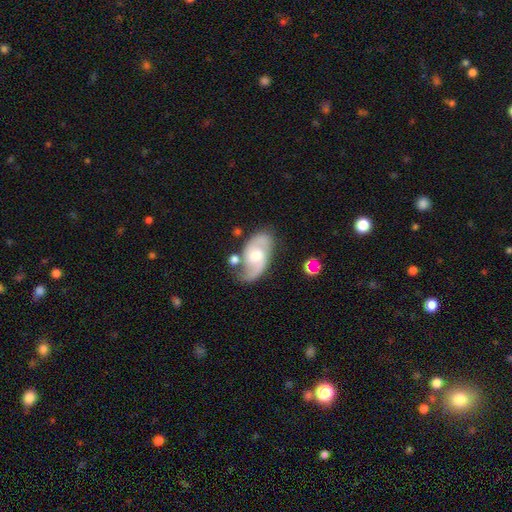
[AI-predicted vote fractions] A featured or disk galaxy (81%) with no bar (59%), 2 (88%) medium (49%) spiral arms (94%) and a moderate central bulge (63%).

Vote fractions:
- Smooth or featured? featured or disk: 81% / smooth: 13% / star or artifact: 6%
- Edge-on disk? no: 96% / yes: 4%
- Bar? no: 59% / weak: 34% / strong: 7%
- Spiral arms? yes: 94% / no: 6%
- Spiral winding? medium: 49% / loose: 29% / tight: 22%
- Spiral arm count? 2: 88% / can't tell: 6% / 1: 3% / 3: 1% / 4: 1% / more than 4: 1%
- Bulge size? moderate: 63% / small: 28% / large: 7% / none: 2% / dominant: 1%
- Merging? none: 66% / minor disturbance: 19% / merger: 8% / major disturbance: 7%